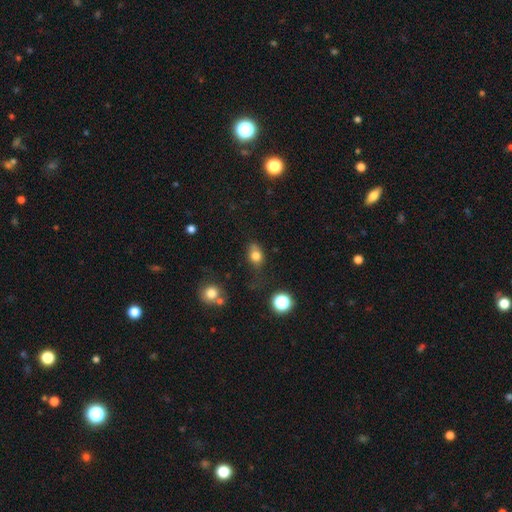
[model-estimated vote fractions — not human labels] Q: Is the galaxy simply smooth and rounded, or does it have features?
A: smooth — 78%.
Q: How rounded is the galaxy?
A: in between — 64%.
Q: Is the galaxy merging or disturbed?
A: none — 53%.